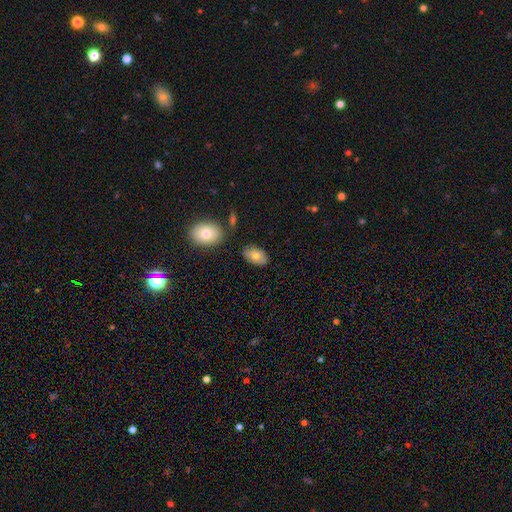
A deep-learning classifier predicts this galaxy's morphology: Q: Smooth or featured?
A: smooth (77%); runner-up: featured or disk (15%)
Q: How rounded?
A: in between (91%); runner-up: round (8%)
Q: Merging?
A: none (79%); runner-up: minor disturbance (13%)